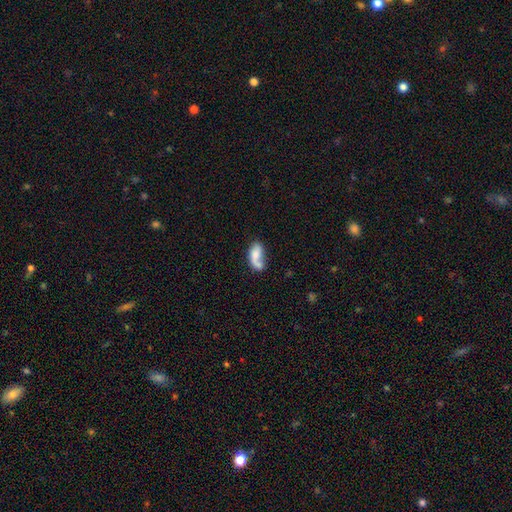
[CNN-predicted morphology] This appears to be a smooth galaxy with no disk features (61%) that is in between round and cigar-shaped (88%). Merging: merger (34%).